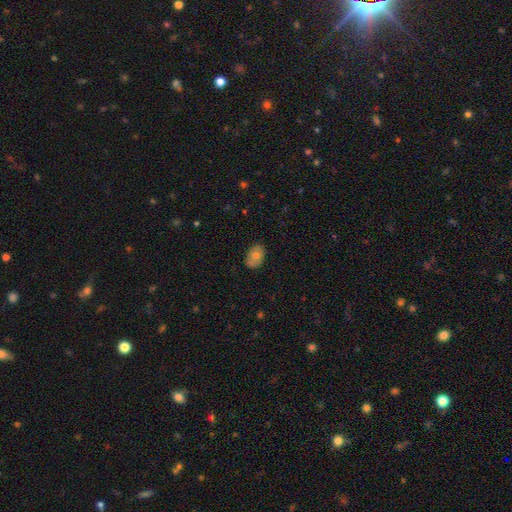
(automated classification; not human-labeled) Smooth or featured? smooth (67%)
How rounded? in between (84%)
Merging? none (79%)